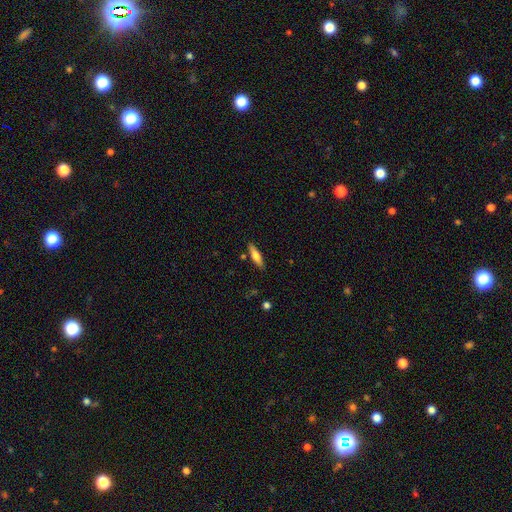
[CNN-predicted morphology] Smooth or featured: smooth — 57% (featured or disk — 37%)
How rounded: cigar-shaped — 68% (in between — 30%)
Merging: none — 85% (minor disturbance — 10%)